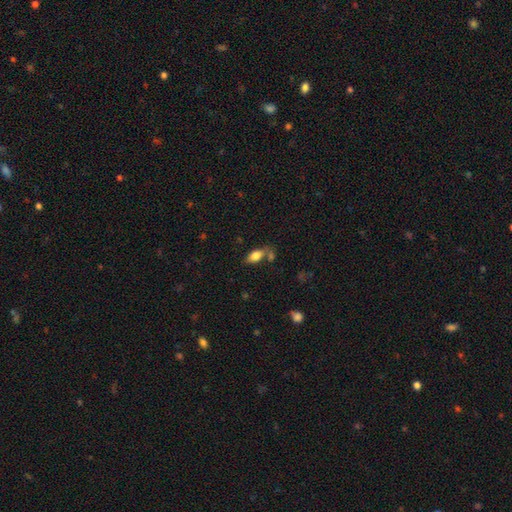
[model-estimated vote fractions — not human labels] smooth 79%, featured or disk 13%, star or artifact 8%. Down the decision tree: how rounded — in between (88%); merging — none (59%).